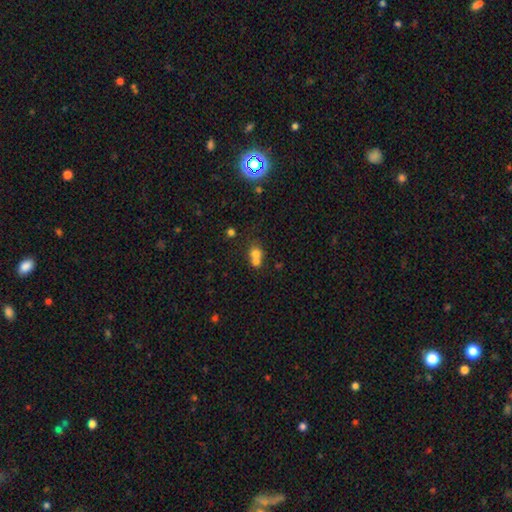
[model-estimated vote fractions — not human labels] smooth 72%, featured or disk 15%, star or artifact 13%. Down the decision tree: how rounded — round (75%); merging — merger (61%).